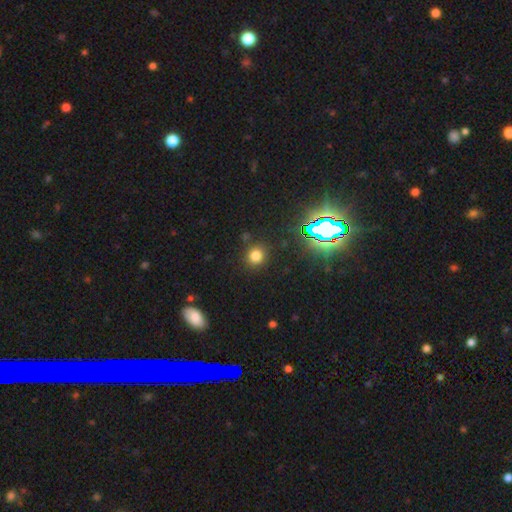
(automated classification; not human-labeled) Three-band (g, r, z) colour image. It shows a smooth galaxy with no disk features (74%) that is round (87%). Merging: none (87%).